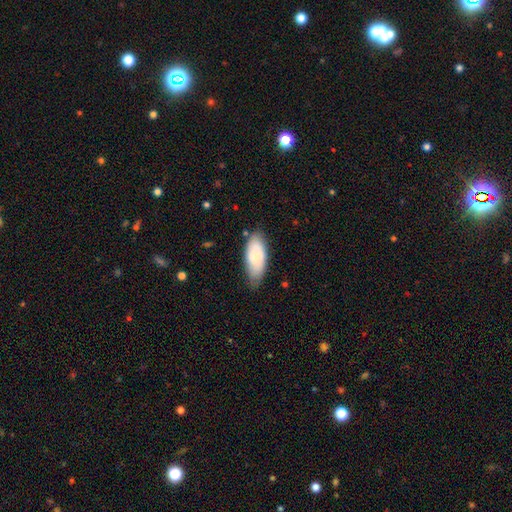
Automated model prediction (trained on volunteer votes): This appears to be a smooth galaxy with no disk features (73%) that is in between round and cigar-shaped (86%). Merging: none (69%).